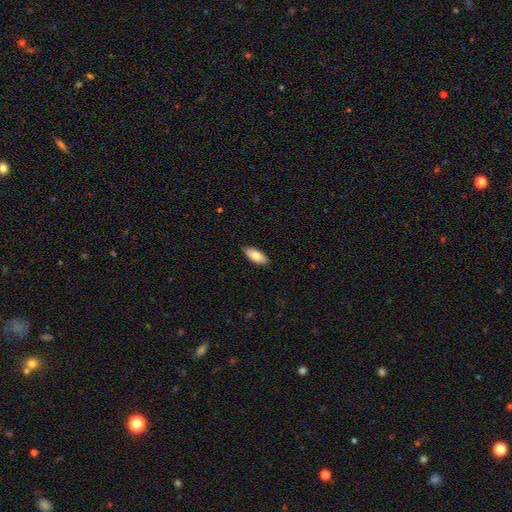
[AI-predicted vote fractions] Q: Smooth or featured?
A: smooth (79%); runner-up: featured or disk (15%)
Q: How rounded?
A: in between (88%); runner-up: cigar-shaped (10%)
Q: Merging?
A: none (88%); runner-up: minor disturbance (10%)